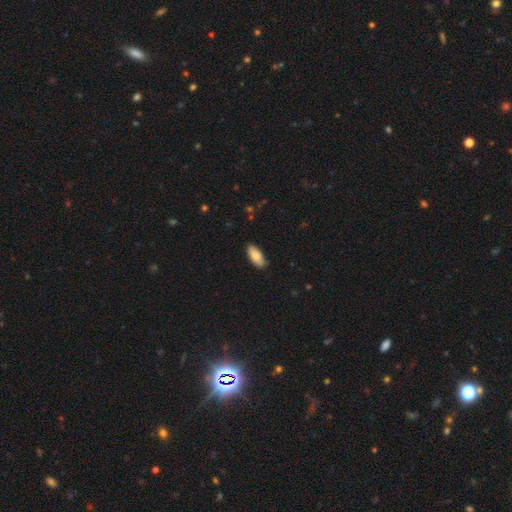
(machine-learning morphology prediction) Overall: smooth (82%). How rounded: in between (87%). Merging: none (86%).